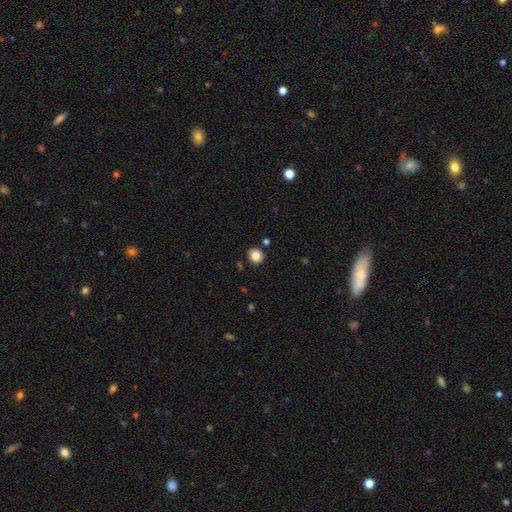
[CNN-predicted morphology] Q: Smooth or featured?
A: smooth (85%); runner-up: star or artifact (11%)
Q: How rounded?
A: round (87%); runner-up: in between (12%)
Q: Merging?
A: none (85%); runner-up: minor disturbance (9%)